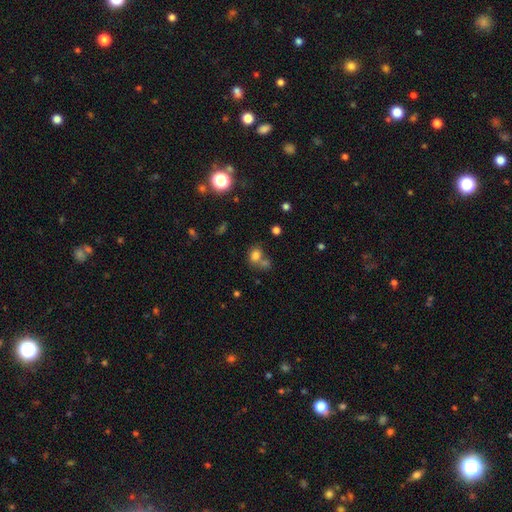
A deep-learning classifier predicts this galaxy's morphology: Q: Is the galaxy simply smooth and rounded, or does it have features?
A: smooth — 76%.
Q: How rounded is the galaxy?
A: round — 52%.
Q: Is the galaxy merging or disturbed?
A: none — 46%.